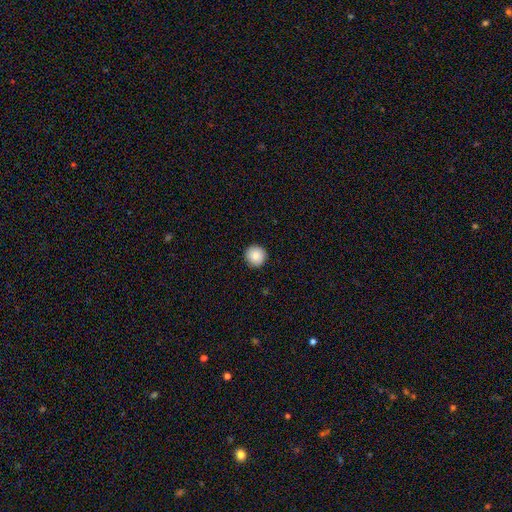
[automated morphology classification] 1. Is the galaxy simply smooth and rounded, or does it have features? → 85% smooth, 8% star or artifact, 6% featured or disk.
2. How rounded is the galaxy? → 96% round, 3% in between, 1% cigar-shaped.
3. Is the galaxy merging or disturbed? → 92% none, 5% minor disturbance, 1% major disturbance, 1% merger.